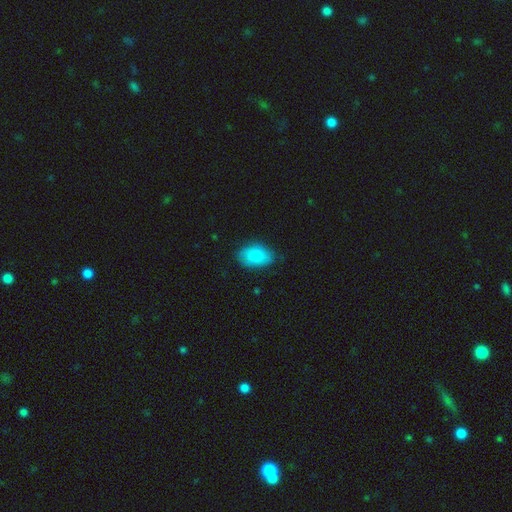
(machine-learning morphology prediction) Q: Smooth or featured?
A: smooth (87%); runner-up: featured or disk (7%)
Q: How rounded?
A: in between (91%); runner-up: round (7%)
Q: Merging?
A: none (75%); runner-up: minor disturbance (20%)